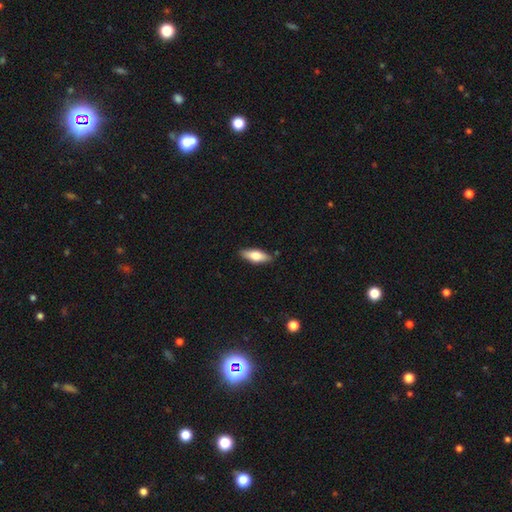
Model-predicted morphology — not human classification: Smooth or featured: smooth — 64% (featured or disk — 30%)
How rounded: in between — 63% (cigar-shaped — 34%)
Merging: none — 86% (minor disturbance — 11%)